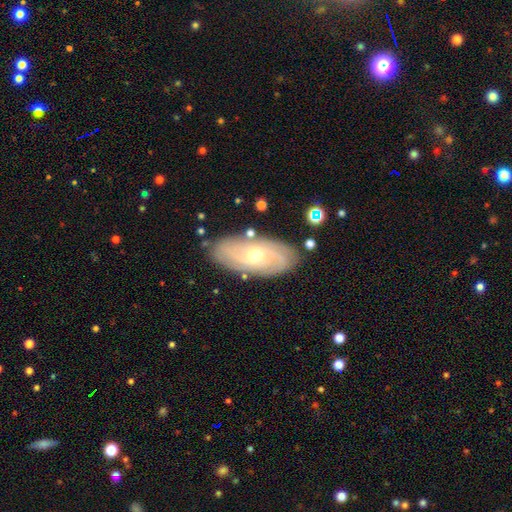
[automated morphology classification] Smooth or featured? Predicted: featured or disk (p=0.78). Edge-on disk? Predicted: no (p=0.90). Bar? Predicted: no (p=0.51). Spiral arms? Predicted: yes (p=0.92). Spiral winding? Predicted: tight (p=0.52). Spiral arm count? Predicted: 2 (p=0.33, tied with can't tell). Bulge size? Predicted: moderate (p=0.54). Merging? Predicted: none (p=0.82).